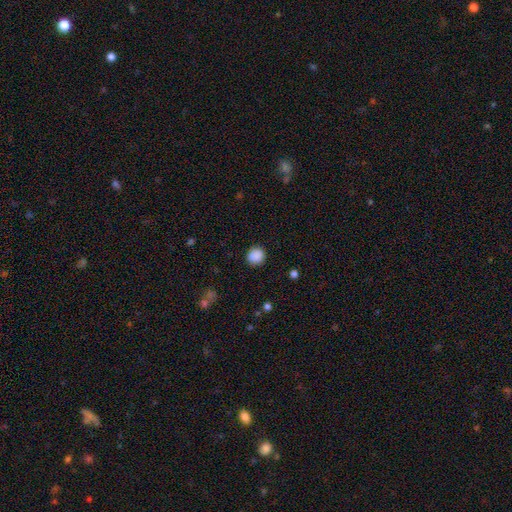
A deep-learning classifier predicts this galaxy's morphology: Overall: smooth (89%). How rounded: round (90%). Merging: none (90%).